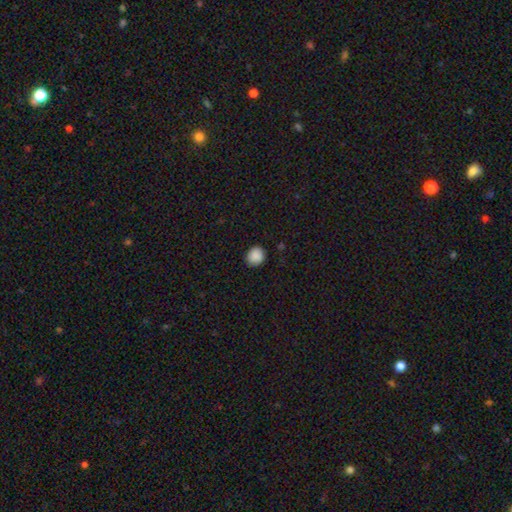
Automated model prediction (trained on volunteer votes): A smooth galaxy with no disk features (89%) that is round (85%). Merging: none (89%).